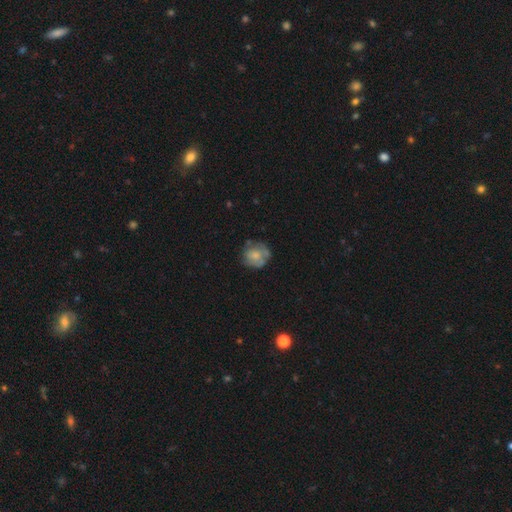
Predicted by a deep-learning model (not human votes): Q: Smooth or featured?
A: smooth (60%); runner-up: featured or disk (32%)
Q: How rounded?
A: round (84%); runner-up: in between (15%)
Q: Merging?
A: none (61%); runner-up: minor disturbance (25%)